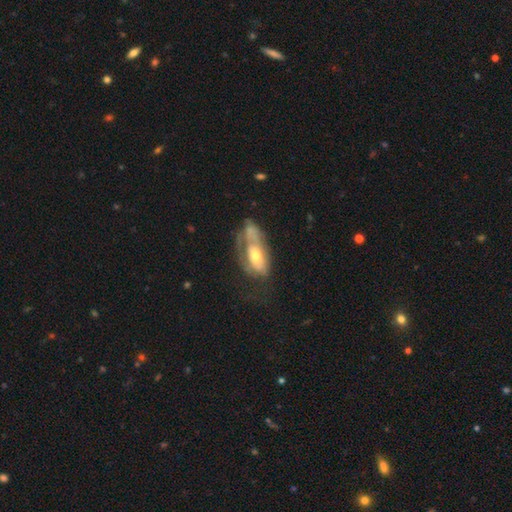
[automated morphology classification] A featured or disk galaxy (57%).

Vote fractions:
- Smooth or featured? featured or disk: 57% / smooth: 37% / star or artifact: 6%
- Edge-on disk? no: 87% / yes: 13%
- Merging? major disturbance: 36% / none: 31% / minor disturbance: 26% / merger: 8%